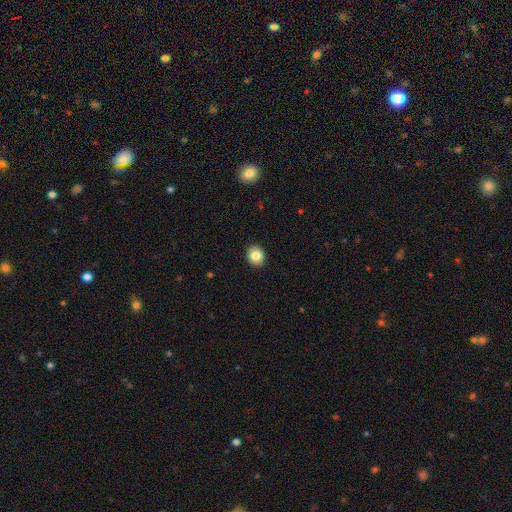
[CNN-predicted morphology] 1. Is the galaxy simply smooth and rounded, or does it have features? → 84% smooth, 9% star or artifact, 6% featured or disk.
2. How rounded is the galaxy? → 79% round, 20% in between, 1% cigar-shaped.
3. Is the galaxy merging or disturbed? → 92% none, 6% minor disturbance, 2% major disturbance, 1% merger.